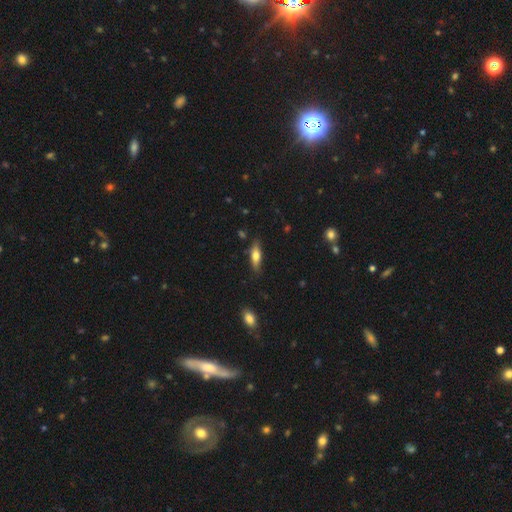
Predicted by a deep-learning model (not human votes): smooth_or_featured: smooth (p=0.64) [alt: featured or disk p=0.29]
how_rounded: cigar-shaped (p=0.51) [alt: in between p=0.47]
merging: none (p=0.80) [alt: minor disturbance p=0.15]